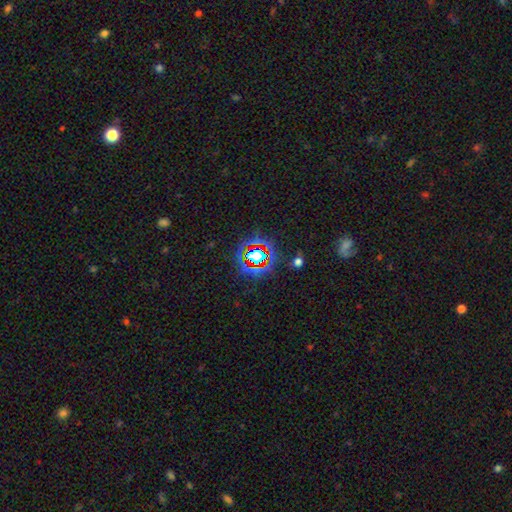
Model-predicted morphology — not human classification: type=star or artifact (68%).